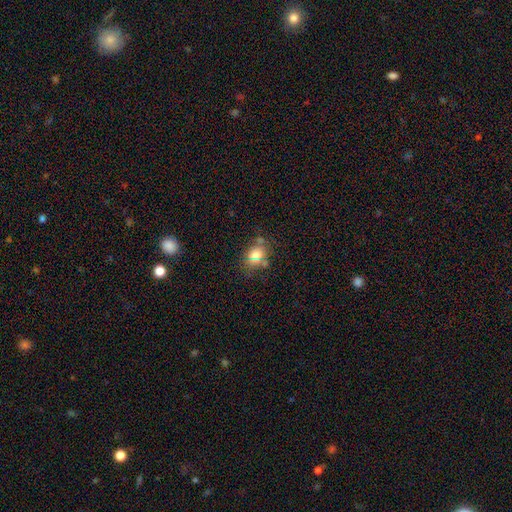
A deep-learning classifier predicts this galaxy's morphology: smooth-or-featured: smooth: 75% | featured or disk: 14% | star or artifact: 12%
  how-rounded: in between: 58% | round: 41% | cigar-shaped: 1%
  merging: none: 58% | minor disturbance: 20% | merger: 15% | major disturbance: 7%